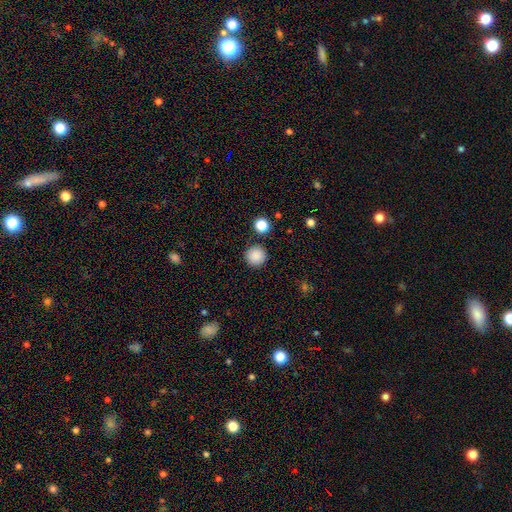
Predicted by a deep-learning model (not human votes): Smooth or featured? smooth (86%)
How rounded? round (96%)
Merging? none (89%)